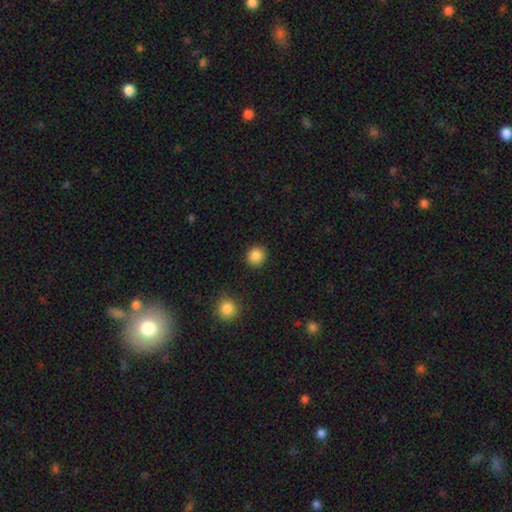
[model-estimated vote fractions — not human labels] smooth 87%, star or artifact 9%, featured or disk 3%. Down the decision tree: how rounded — round (91%); merging — none (91%).